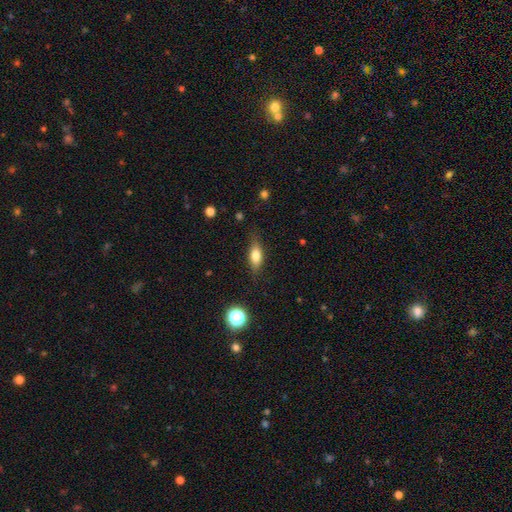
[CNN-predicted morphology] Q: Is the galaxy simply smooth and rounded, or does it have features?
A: smooth — 69%.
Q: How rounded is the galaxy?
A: in between — 70%.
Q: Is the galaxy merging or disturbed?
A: none — 78%.